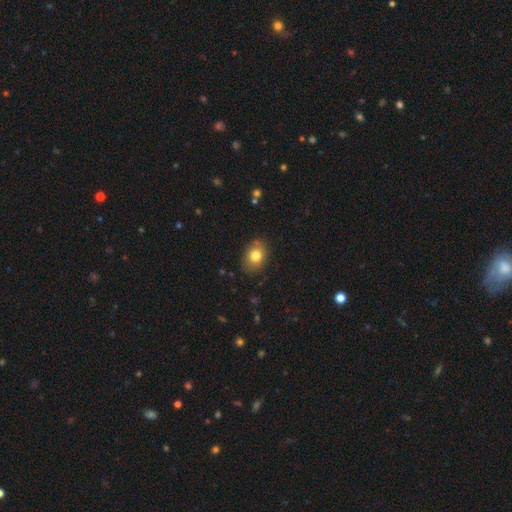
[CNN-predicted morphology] Overall: smooth (79%). How rounded: in between (67%; round 32%). Merging: none (82%).